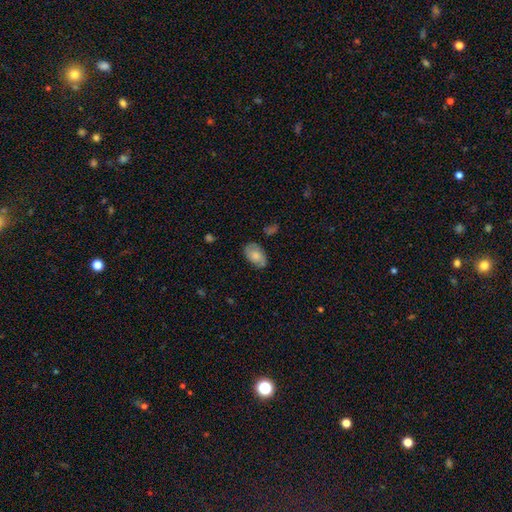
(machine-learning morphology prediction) Q: Smooth or featured?
A: smooth (62%); runner-up: featured or disk (31%)
Q: How rounded?
A: in between (91%); runner-up: round (8%)
Q: Merging?
A: none (71%); runner-up: minor disturbance (22%)